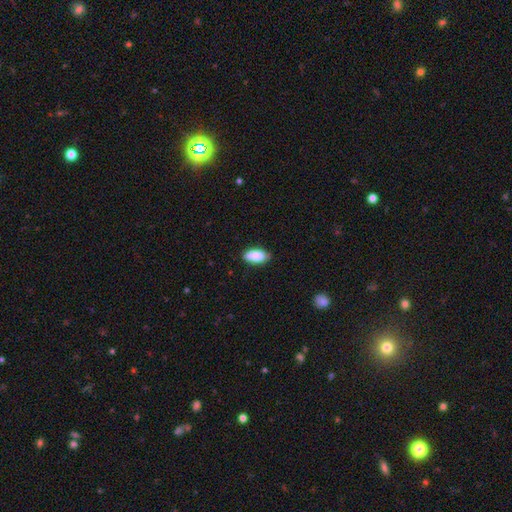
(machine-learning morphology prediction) smooth-or-featured: smooth: 87% | featured or disk: 7% | star or artifact: 6%
  how-rounded: in between: 91% | cigar-shaped: 6% | round: 3%
  merging: none: 76% | minor disturbance: 20% | major disturbance: 3% | merger: 1%